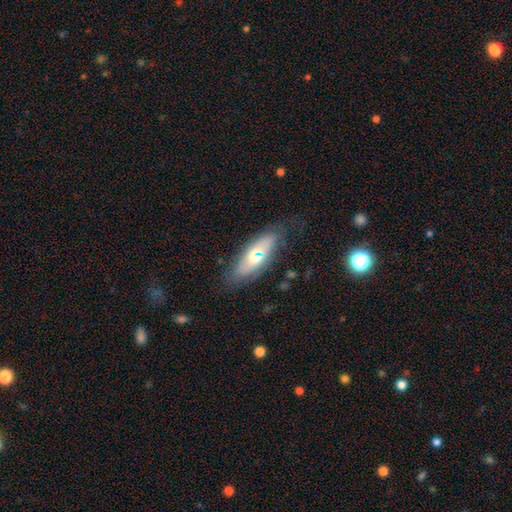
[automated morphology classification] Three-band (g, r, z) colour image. It shows a smooth galaxy with no disk features (58%) that is in between round and cigar-shaped (66%). Merging: none (77%).